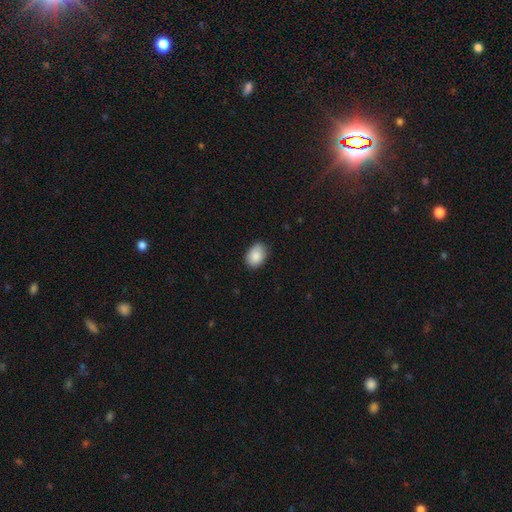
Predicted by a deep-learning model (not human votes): Smooth or featured? smooth (88%)
How rounded? in between (78%)
Merging? none (79%)